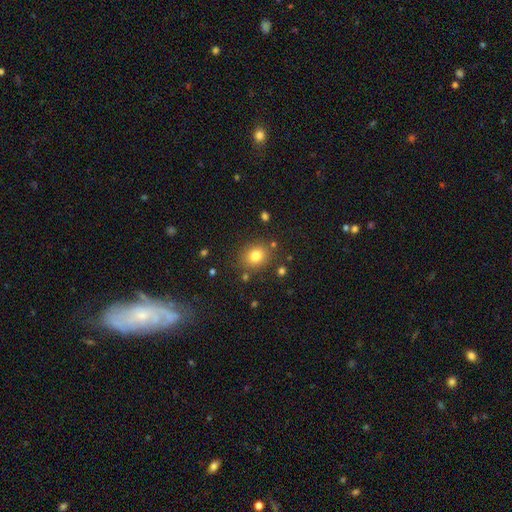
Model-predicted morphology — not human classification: This appears to be a smooth galaxy with no disk features (80%) that is round (65%). Merging: none (83%).